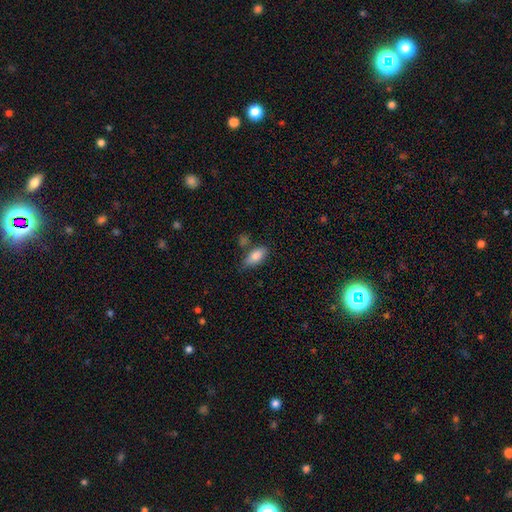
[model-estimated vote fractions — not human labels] Q: Smooth or featured?
A: smooth (83%); runner-up: featured or disk (10%)
Q: How rounded?
A: in between (85%); runner-up: cigar-shaped (12%)
Q: Merging?
A: none (64%); runner-up: minor disturbance (19%)